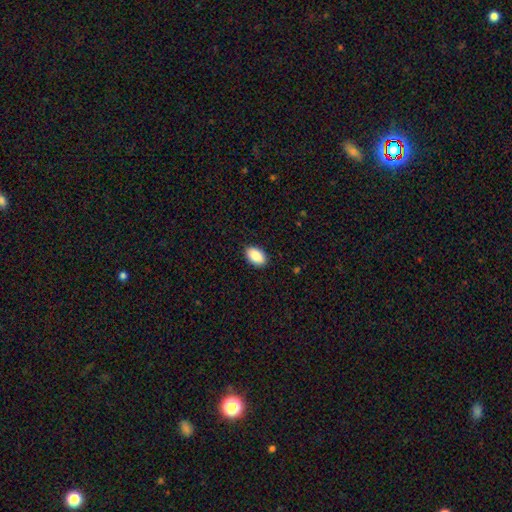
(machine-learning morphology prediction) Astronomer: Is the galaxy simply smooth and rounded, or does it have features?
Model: smooth — 89%.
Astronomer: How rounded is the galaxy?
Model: in between — 92%.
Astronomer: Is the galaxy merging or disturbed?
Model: none — 89%.